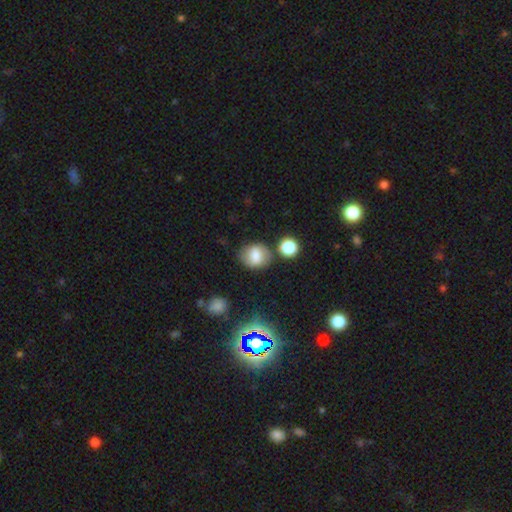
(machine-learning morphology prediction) Smooth or featured: smooth — 70% (featured or disk — 19%)
How rounded: round — 59% (in between — 40%)
Merging: none — 70% (minor disturbance — 16%)